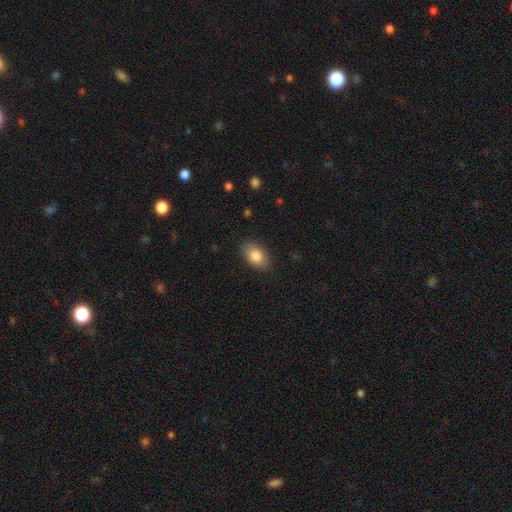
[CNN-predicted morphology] Smooth or featured? Predicted: smooth (p=0.84). How rounded? Predicted: in between (p=0.91). Merging? Predicted: none (p=0.86).